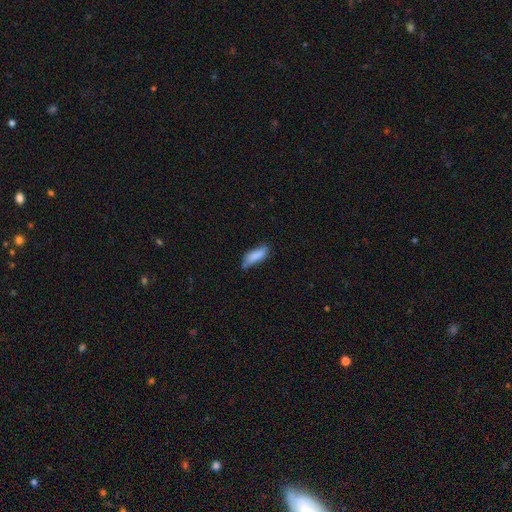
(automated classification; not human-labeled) Smooth or featured: smooth — 84% (featured or disk — 10%)
How rounded: in between — 63% (cigar-shaped — 35%)
Merging: none — 58% (minor disturbance — 33%)